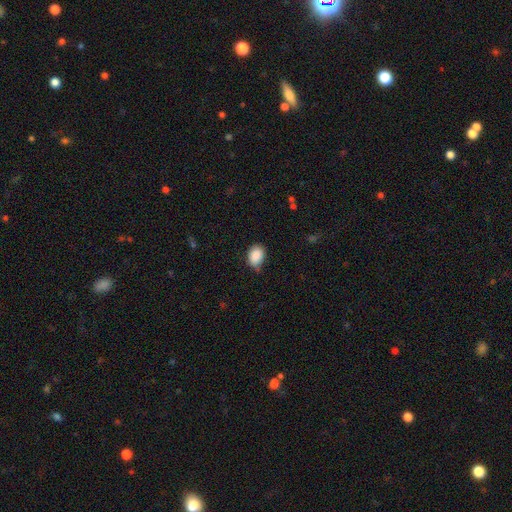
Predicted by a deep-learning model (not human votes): Overall: smooth (88%). How rounded: in between (71%). Merging: none (66%; minor disturbance 27%).